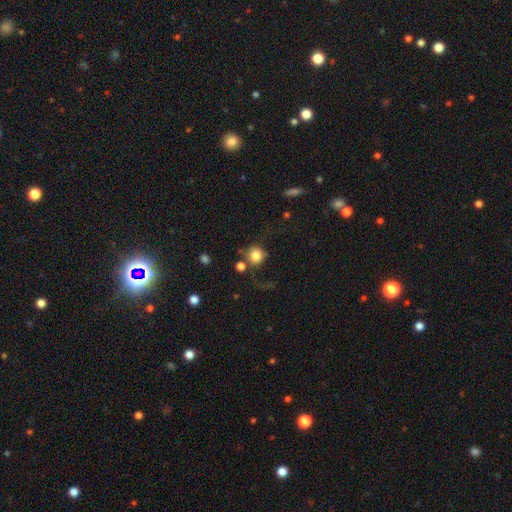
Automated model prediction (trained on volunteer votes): This is clearly a smooth galaxy (81%). How rounded: clearly round (90%). Merging: possibly none (58%).